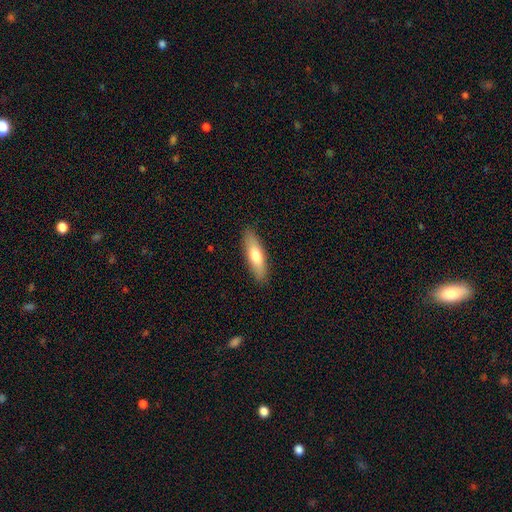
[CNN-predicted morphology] This is likely a smooth galaxy (71%). How rounded: possibly cigar-shaped (57%). Merging: clearly none (89%).